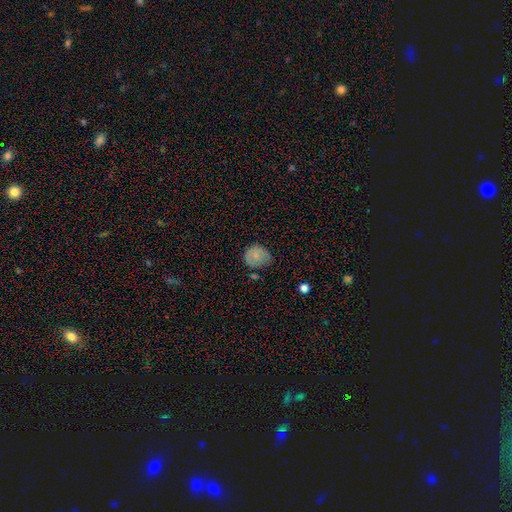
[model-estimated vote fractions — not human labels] smooth 76%, featured or disk 14%, star or artifact 10%. Down the decision tree: how rounded — round (68%); merging — none (52%).